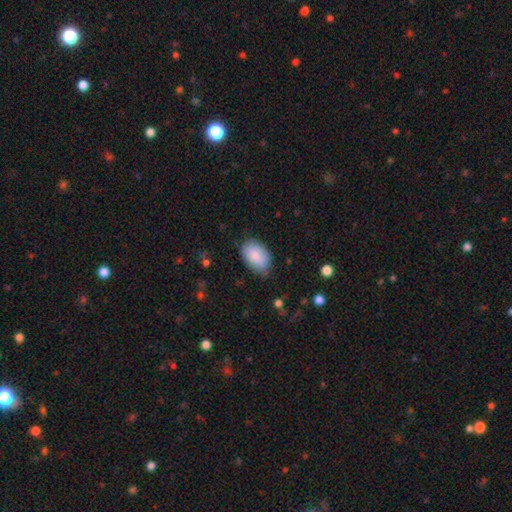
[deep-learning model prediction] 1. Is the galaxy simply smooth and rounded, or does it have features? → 86% smooth, 8% featured or disk, 6% star or artifact.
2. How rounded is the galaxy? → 91% in between, 8% round, 1% cigar-shaped.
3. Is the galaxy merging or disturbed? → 77% none, 18% minor disturbance, 4% major disturbance, 1% merger.